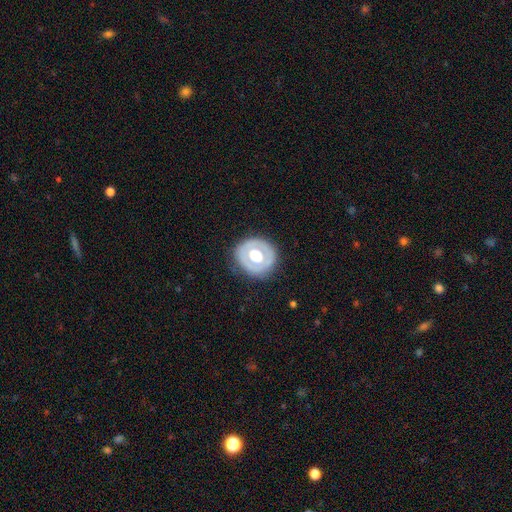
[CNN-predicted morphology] A featured or disk galaxy (48%). Merging: none (85%).